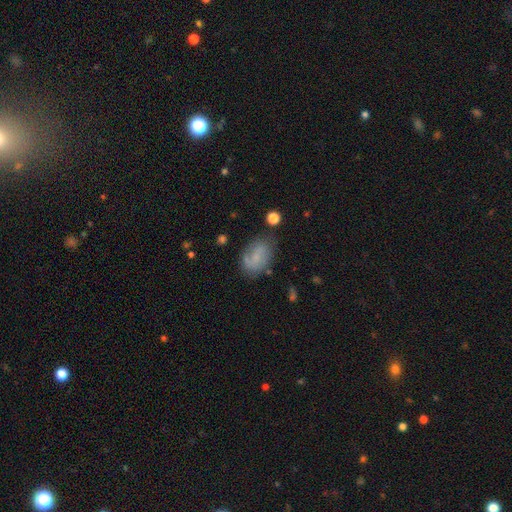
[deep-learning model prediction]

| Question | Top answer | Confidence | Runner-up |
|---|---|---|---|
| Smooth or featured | smooth | 56% | featured or disk (34%) |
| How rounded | in between | 85% | round (13%) |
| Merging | none | 63% | minor disturbance (24%) |